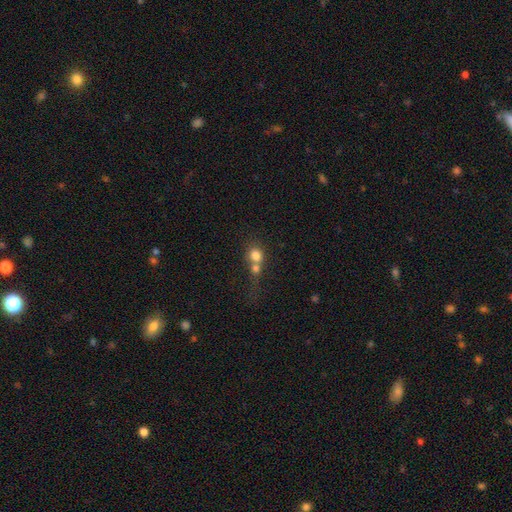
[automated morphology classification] A smooth galaxy with no disk features (75%) that is round (77%).

Vote fractions:
- Smooth or featured? smooth: 75% / featured or disk: 14% / star or artifact: 11%
- How rounded? round: 77% / in between: 22% / cigar-shaped: 2%
- Merging? merger: 64% / none: 25% / minor disturbance: 6% / major disturbance: 5%